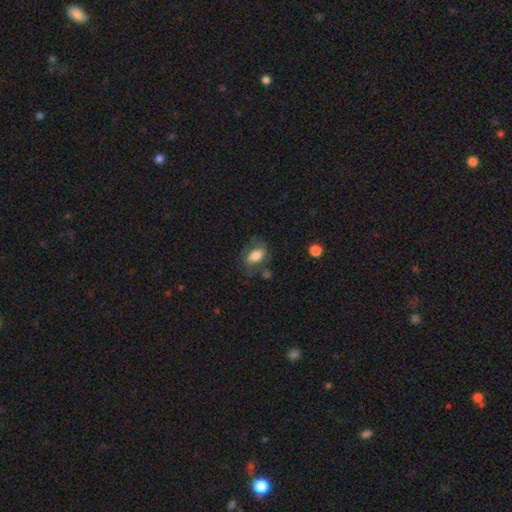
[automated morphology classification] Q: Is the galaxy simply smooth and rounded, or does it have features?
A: smooth — 63%.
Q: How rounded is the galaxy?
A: in between — 84%.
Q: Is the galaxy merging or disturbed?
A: none — 54%.